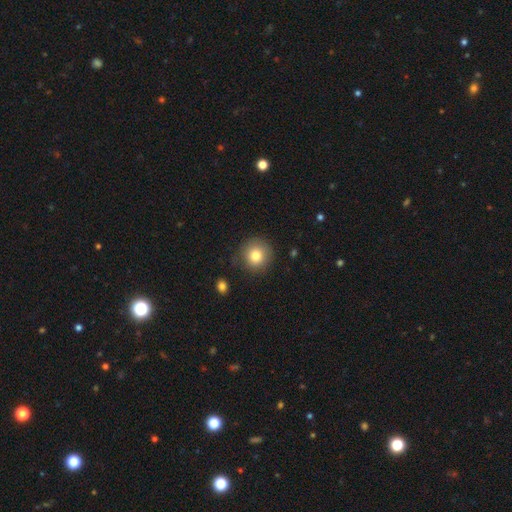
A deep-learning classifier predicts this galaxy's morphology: Smooth or featured? smooth (81%)
How rounded? round (93%)
Merging? none (84%)